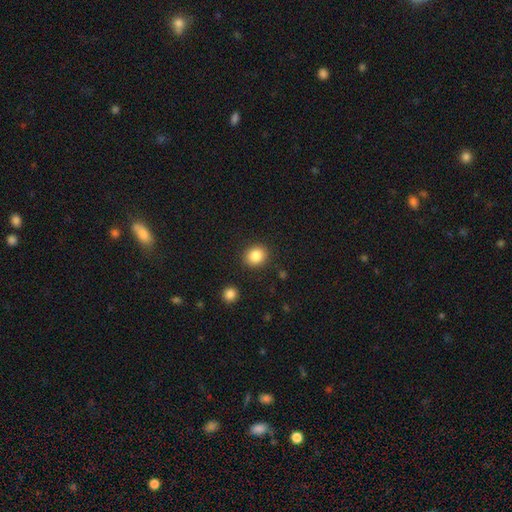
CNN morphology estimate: Smooth or featured: smooth — 85% (star or artifact — 9%)
How rounded: round — 73% (in between — 26%)
Merging: none — 89% (minor disturbance — 7%)